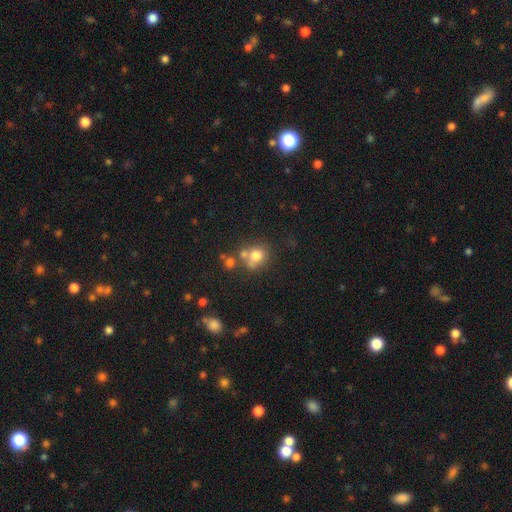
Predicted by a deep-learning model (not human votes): Morphology: type=smooth (71%); roundness=round (76%); merging=none (48%).